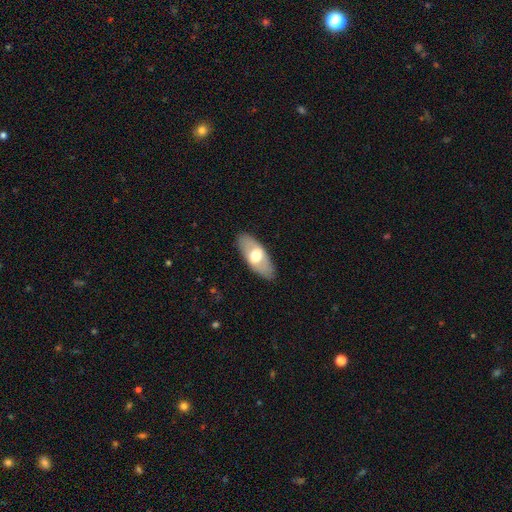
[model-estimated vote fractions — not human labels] Smooth or featured: smooth — 54% (featured or disk — 40%)
How rounded: in between — 85% (cigar-shaped — 12%)
Merging: none — 86% (minor disturbance — 10%)